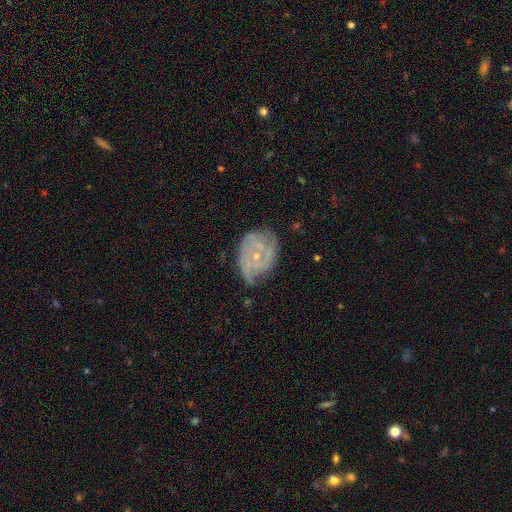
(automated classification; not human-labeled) featured or disk 75%, smooth 15%, star or artifact 9%. Down the decision tree: edge-on disk — no (97%); bar — no (74%); spiral arms — yes (88%); spiral arm count — can't tell (36%); spiral winding — tight (62%); bulge size — small (75%); merging — none (54%).